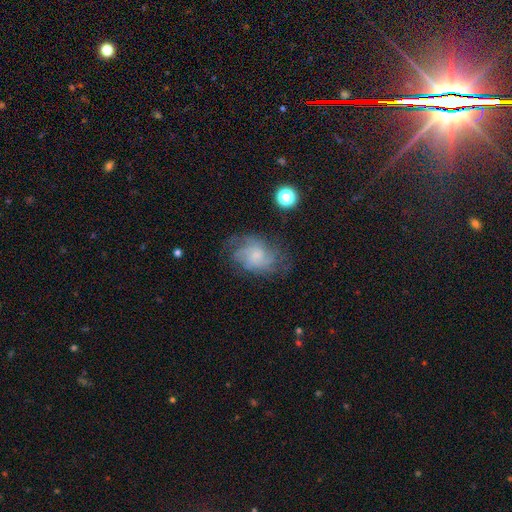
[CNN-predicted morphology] A featured or disk galaxy (70%) with no bar (69%), tight (43%) spiral arms (90%) and a small central bulge (48%). Merging: none (65%).